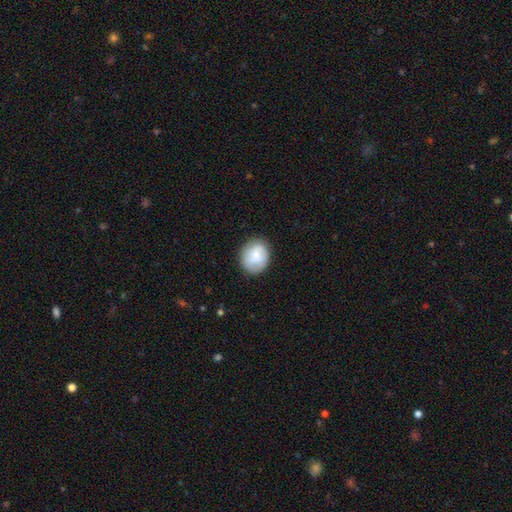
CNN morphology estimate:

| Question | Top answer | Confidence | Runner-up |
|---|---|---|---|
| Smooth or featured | smooth | 73% | featured or disk (20%) |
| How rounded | round | 67% | in between (32%) |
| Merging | none | 81% | minor disturbance (14%) |